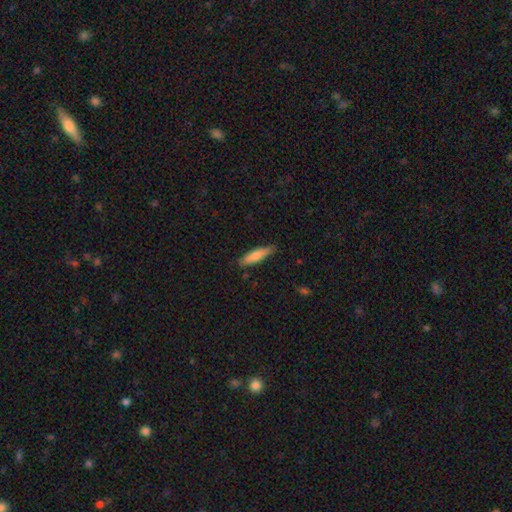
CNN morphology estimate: The model was most divided on "how rounded": cigar-shaped: 78%, in between: 20%, round: 1%. More confident: merging — none (85%); smooth or featured — smooth (76%).